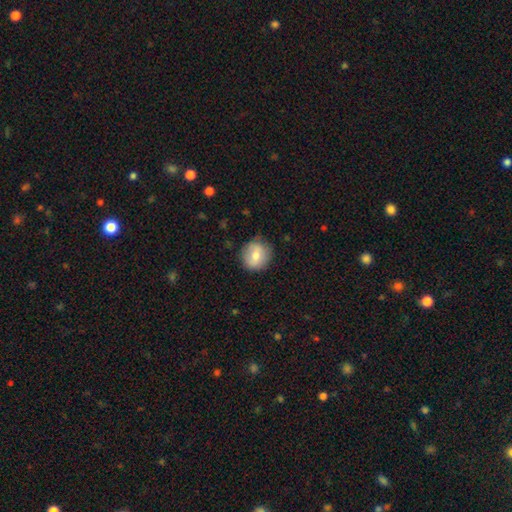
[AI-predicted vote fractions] A smooth galaxy with no disk features (73%) that is round (86%).

Vote fractions:
- Smooth or featured? smooth: 73% / featured or disk: 19% / star or artifact: 8%
- How rounded? round: 86% / in between: 13% / cigar-shaped: 1%
- Merging? none: 82% / minor disturbance: 14% / major disturbance: 3% / merger: 1%